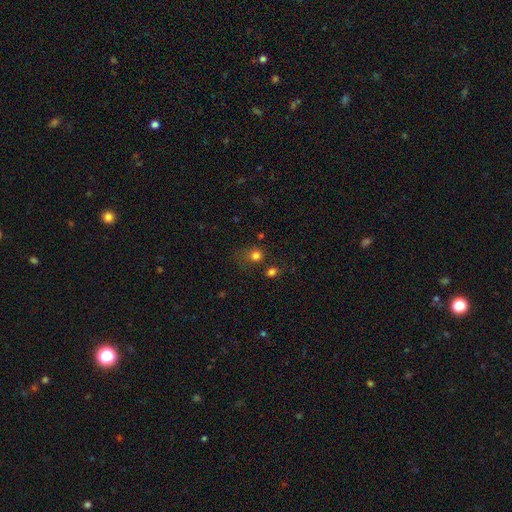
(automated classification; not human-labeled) Smooth or featured? smooth (76%)
How rounded? round (77%)
Merging? none (59%)